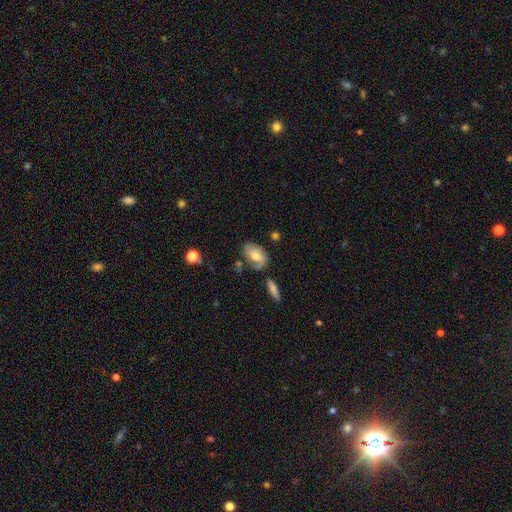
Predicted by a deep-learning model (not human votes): smooth-or-featured: smooth: 55% | featured or disk: 37% | star or artifact: 8%
  how-rounded: in between: 87% | round: 9% | cigar-shaped: 3%
  merging: none: 57% | minor disturbance: 25% | major disturbance: 9% | merger: 9%